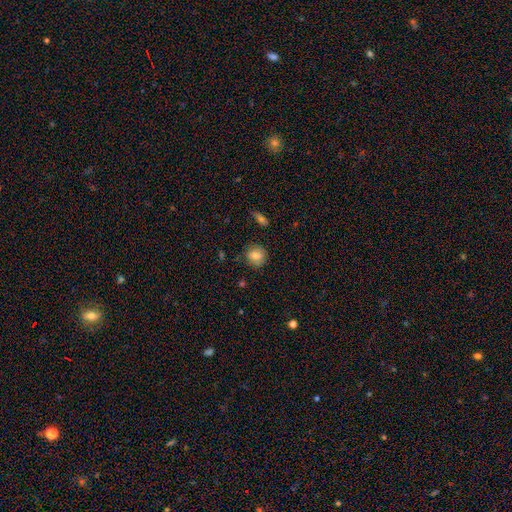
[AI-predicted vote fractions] smooth 81%, featured or disk 10%, star or artifact 9%. Down the decision tree: how rounded — round (84%); merging — none (82%).